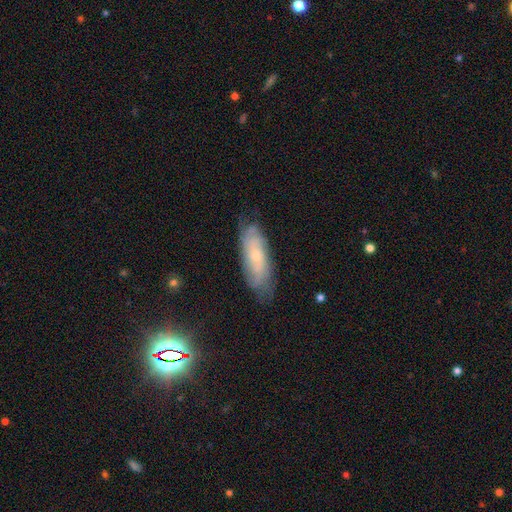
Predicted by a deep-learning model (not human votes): smooth_or_featured: featured or disk (p=0.52) [alt: smooth p=0.39]
disk_edge_on: no (p=0.77) [alt: yes p=0.23]
merging: none (p=0.73) [alt: minor disturbance p=0.21]